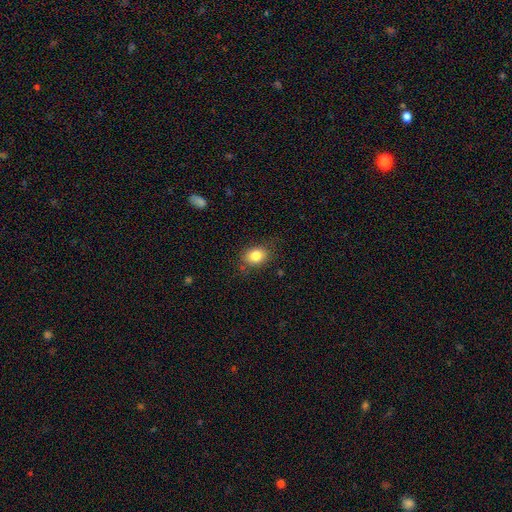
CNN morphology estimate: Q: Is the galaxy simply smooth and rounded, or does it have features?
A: smooth — 84%.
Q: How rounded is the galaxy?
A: in between — 60%.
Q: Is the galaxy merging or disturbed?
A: none — 79%.